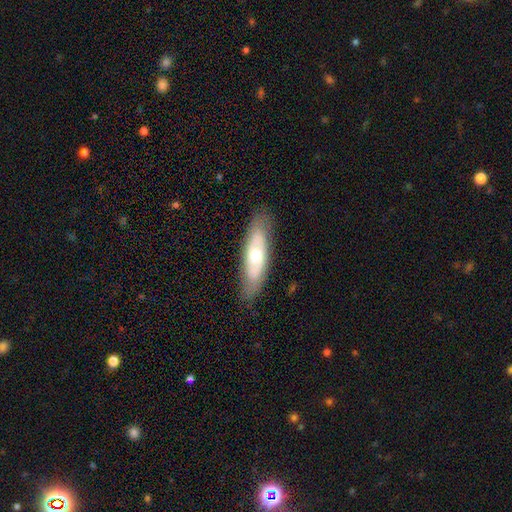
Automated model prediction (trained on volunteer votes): featured or disk 52%, smooth 43%, star or artifact 6%. Down the decision tree: edge-on disk — no (67%); merging — none (84%).